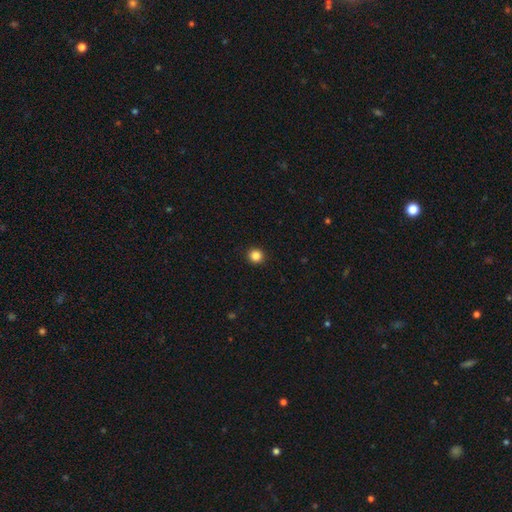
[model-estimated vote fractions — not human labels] A smooth galaxy with no disk features (85%) that is round (95%).

Vote fractions:
- Smooth or featured? smooth: 85% / star or artifact: 12% / featured or disk: 3%
- How rounded? round: 95% / in between: 4% / cigar-shaped: 1%
- Merging? none: 93% / minor disturbance: 4% / major disturbance: 2% / merger: 1%